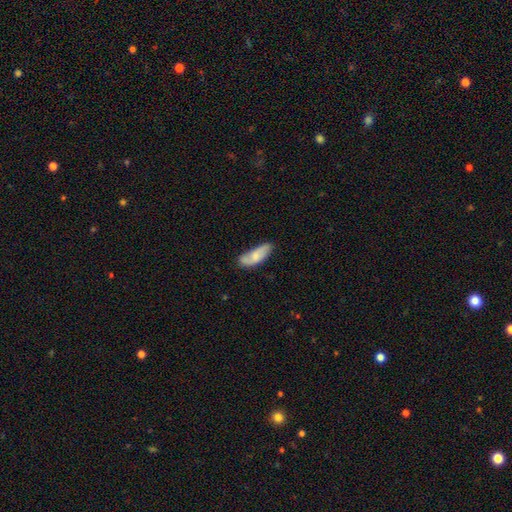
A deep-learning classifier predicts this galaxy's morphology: type=smooth (67%); roundness=in between (76%); merging=none (52%).